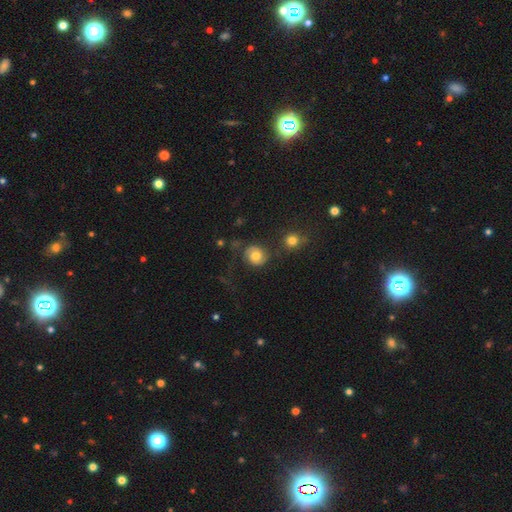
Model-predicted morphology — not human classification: smooth 47%, featured or disk 43%, star or artifact 9%. Down the decision tree: merging — none (58%).